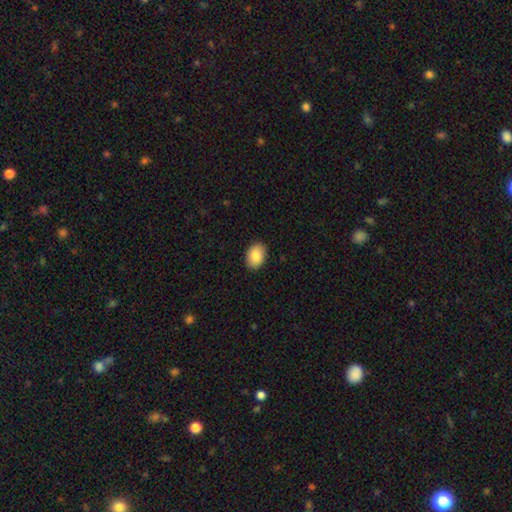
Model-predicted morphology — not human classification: Smooth or featured: smooth — 87% (star or artifact — 7%)
How rounded: in between — 84% (round — 15%)
Merging: none — 90% (minor disturbance — 8%)